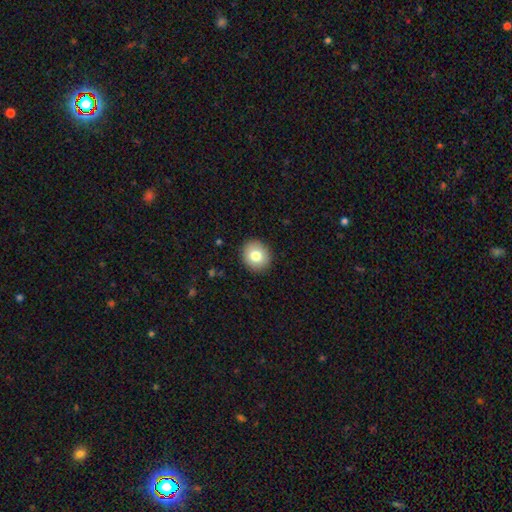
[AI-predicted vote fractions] Smooth or featured? smooth (80%)
How rounded? round (77%)
Merging? none (91%)